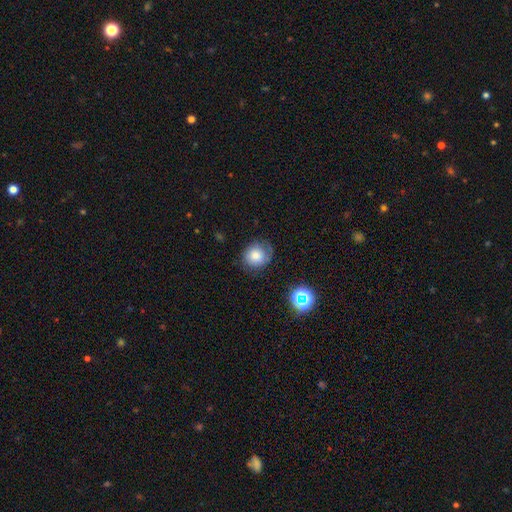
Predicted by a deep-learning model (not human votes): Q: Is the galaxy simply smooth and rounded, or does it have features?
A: smooth — 71%.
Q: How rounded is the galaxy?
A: round — 79%.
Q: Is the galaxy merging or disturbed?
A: none — 67%.